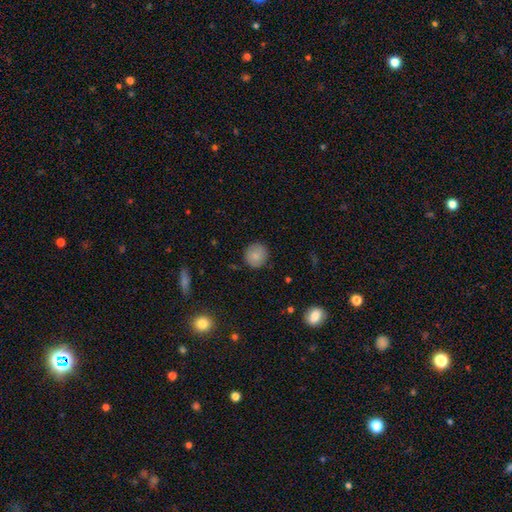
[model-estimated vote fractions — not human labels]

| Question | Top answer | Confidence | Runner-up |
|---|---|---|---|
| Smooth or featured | smooth | 83% | featured or disk (9%) |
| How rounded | round | 91% | in between (8%) |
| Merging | none | 87% | minor disturbance (10%) |